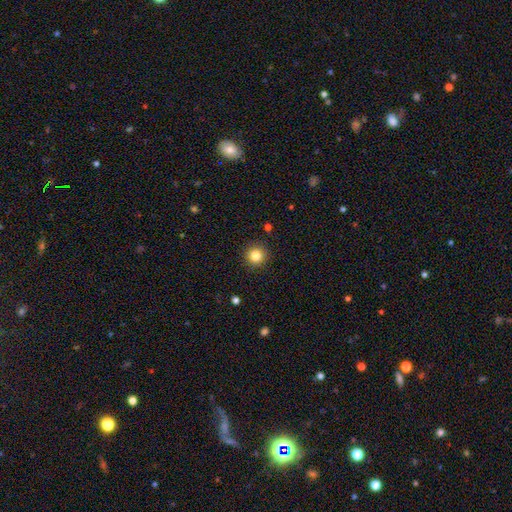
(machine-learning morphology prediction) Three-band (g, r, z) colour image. It shows a smooth galaxy with no disk features (84%) that is round (95%). Merging: none (92%).